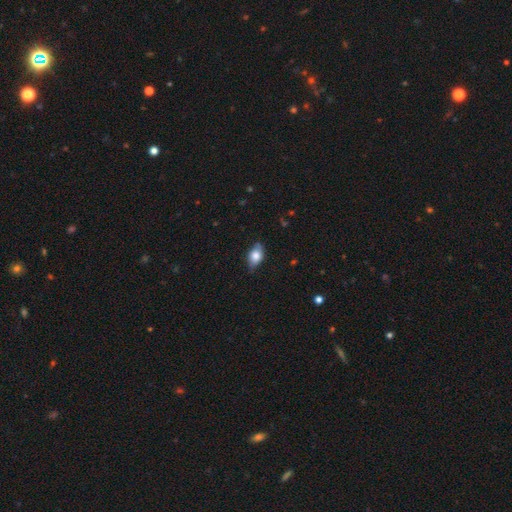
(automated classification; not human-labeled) Morphology: type=smooth (69%); roundness=in between (84%); merging=none (73%).